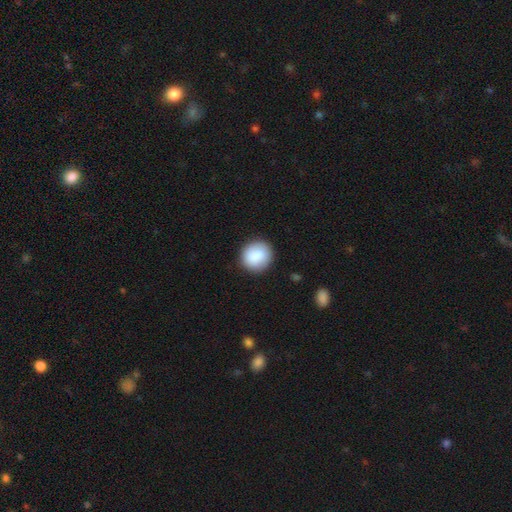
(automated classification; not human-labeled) Smooth or featured: smooth — 87% (star or artifact — 7%)
How rounded: round — 85% (in between — 14%)
Merging: none — 88% (minor disturbance — 9%)